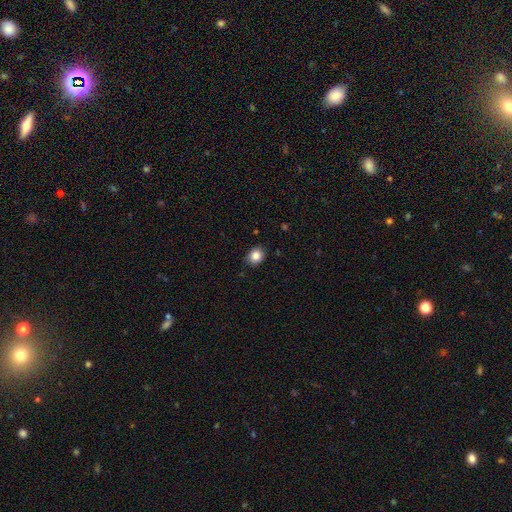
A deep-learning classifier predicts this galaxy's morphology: Smooth or featured? smooth (85%)
How rounded? round (63%)
Merging? none (87%)